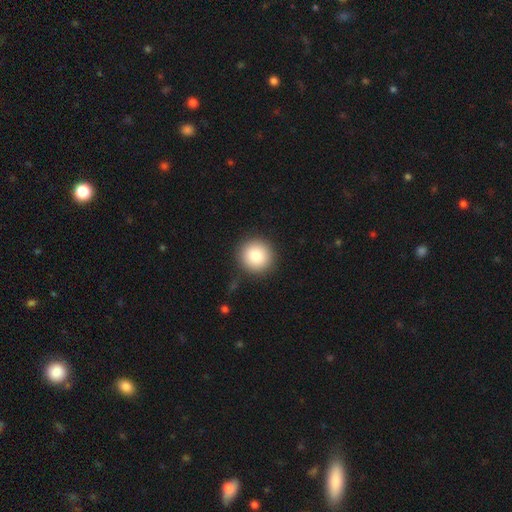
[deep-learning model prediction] Morphology: type=smooth (83%); roundness=round (95%); merging=none (90%).